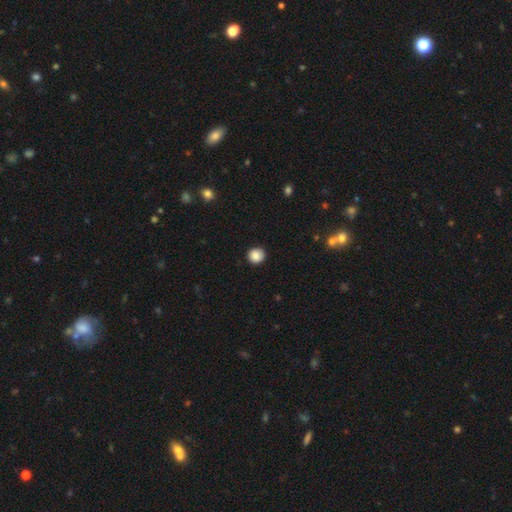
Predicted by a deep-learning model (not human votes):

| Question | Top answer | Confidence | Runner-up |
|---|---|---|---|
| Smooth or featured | smooth | 87% | star or artifact (9%) |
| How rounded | round | 91% | in between (8%) |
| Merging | none | 90% | minor disturbance (7%) |